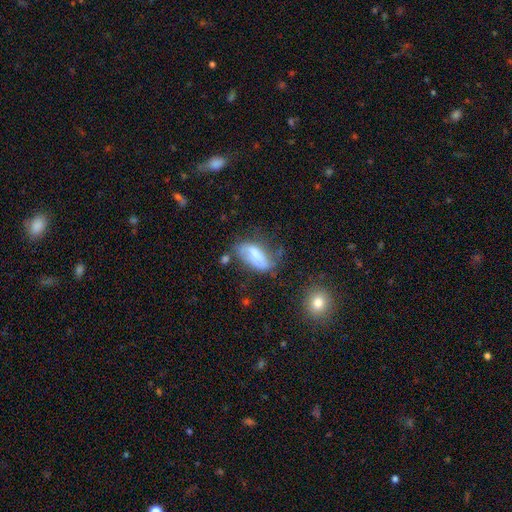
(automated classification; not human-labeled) This appears to be a smooth galaxy with no disk features (60%) that is in between round and cigar-shaped (85%). Merging: none (36%).